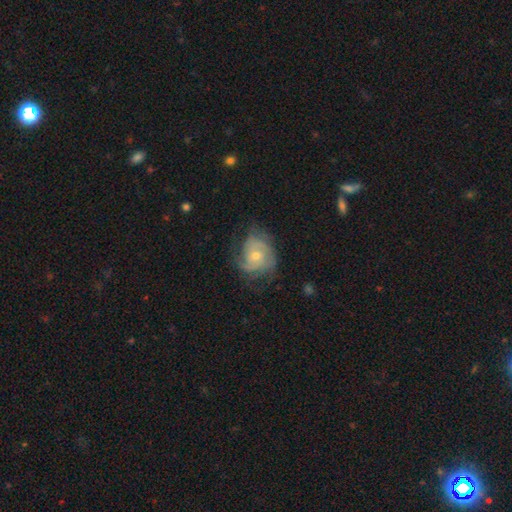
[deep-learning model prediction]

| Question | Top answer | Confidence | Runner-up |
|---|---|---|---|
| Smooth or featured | featured or disk | 76% | smooth (17%) |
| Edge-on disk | no | 98% | yes (2%) |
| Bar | no | 73% | weak (24%) |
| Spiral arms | yes | 92% | no (8%) |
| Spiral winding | tight | 50% | medium (38%) |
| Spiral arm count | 3 | 32% | can't tell (26%) |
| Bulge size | moderate | 51% | small (45%) |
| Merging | none | 63% | minor disturbance (23%) |